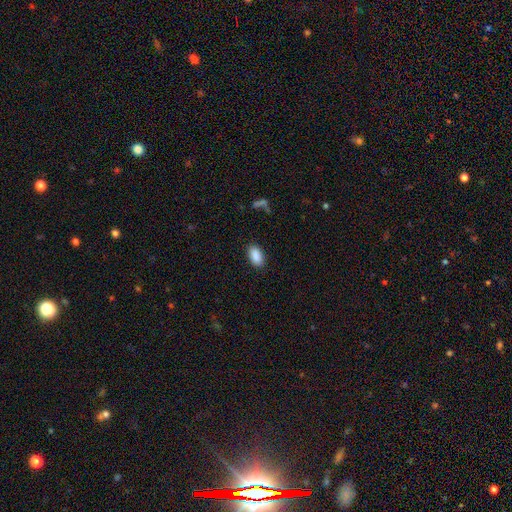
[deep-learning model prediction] Smooth or featured: smooth — 90% (star or artifact — 7%)
How rounded: in between — 93% (round — 4%)
Merging: none — 87% (minor disturbance — 9%)